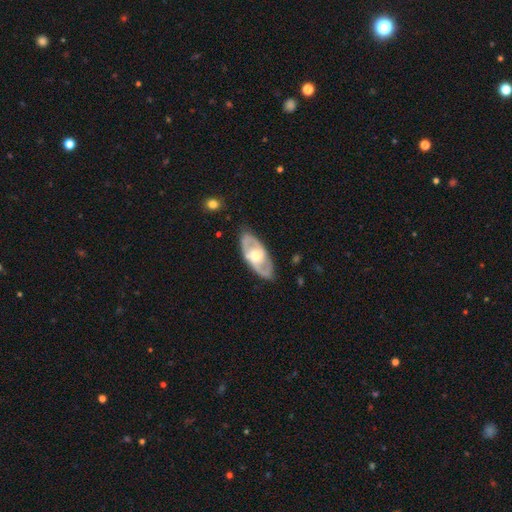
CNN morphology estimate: This is likely a featured or disk galaxy (74%). It is clearly not viewed edge-on (87%). Bar: possibly no (58%). Spiral arm pattern: likely yes (63%). Central bulge: likely moderate (67%). Merging: clearly none (83%).